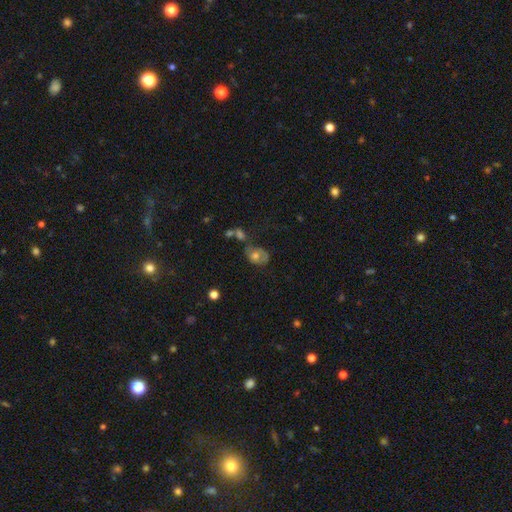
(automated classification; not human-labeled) smooth-or-featured: smooth: 55% | featured or disk: 34% | star or artifact: 12%
  how-rounded: in between: 63% | round: 35% | cigar-shaped: 2%
  merging: none: 35% | minor disturbance: 24% | major disturbance: 21% | merger: 19%